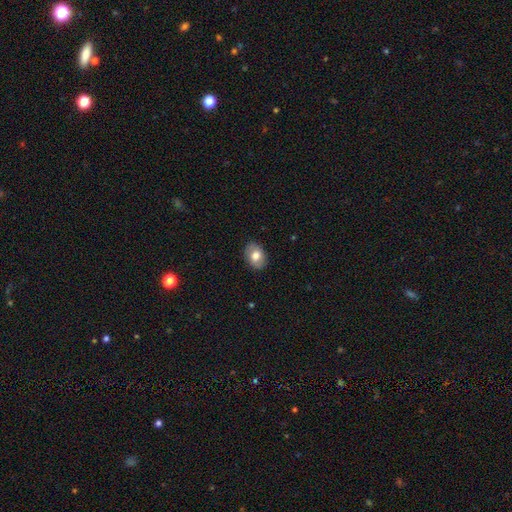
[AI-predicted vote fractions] Smooth or featured?
  - smooth: 72% *
  - featured or disk: 21%
  - star or artifact: 7%
How rounded?
  - in between: 76% *
  - round: 23%
  - cigar-shaped: 1%
Merging?
  - none: 86% *
  - minor disturbance: 11%
  - major disturbance: 2%
  - merger: 1%